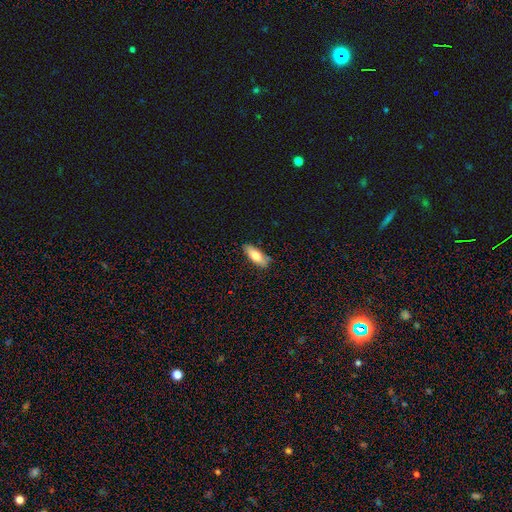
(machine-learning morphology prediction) Smooth or featured?
  - smooth: 72% *
  - featured or disk: 22%
  - star or artifact: 6%
How rounded?
  - in between: 71% *
  - cigar-shaped: 26%
  - round: 2%
Merging?
  - none: 82% *
  - minor disturbance: 14%
  - major disturbance: 2%
  - merger: 2%